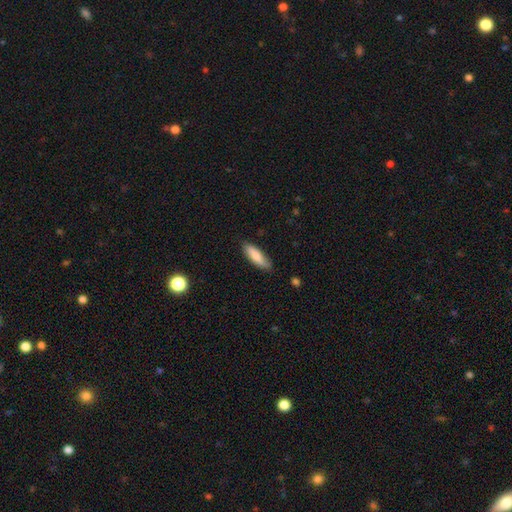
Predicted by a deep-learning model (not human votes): This appears to be a smooth galaxy with no disk features (78%) that is cigar-shaped (52%). Merging: none (82%).